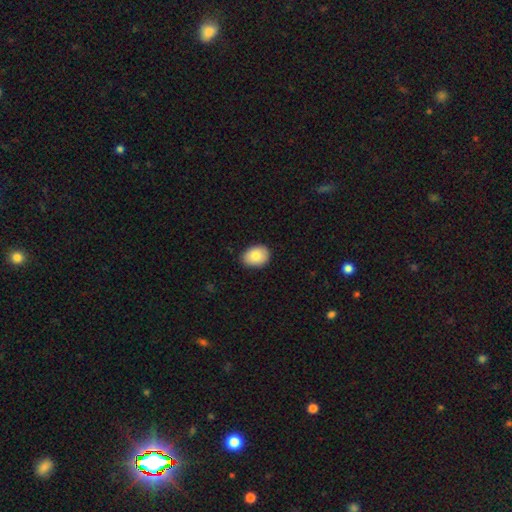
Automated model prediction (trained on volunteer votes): This appears to be a smooth galaxy with no disk features (81%) that is in between round and cigar-shaped (71%). Merging: none (85%).